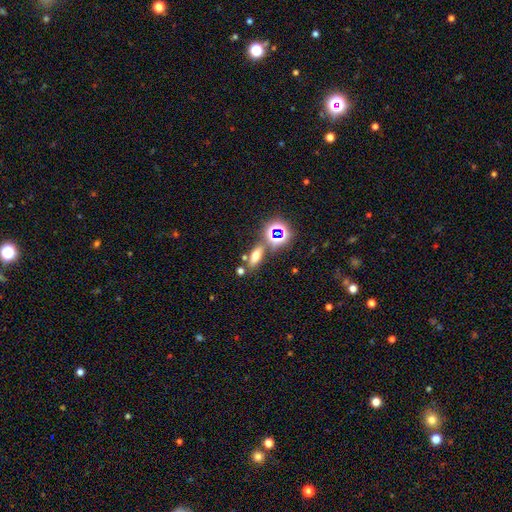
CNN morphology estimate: type=smooth (55%); roundness=in between (61%); merging=none (73%).